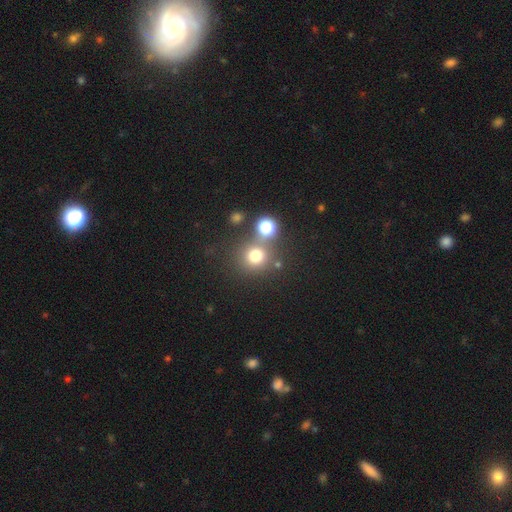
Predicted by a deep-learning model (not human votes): Smooth or featured?
  - smooth: 72% *
  - star or artifact: 19%
  - featured or disk: 9%
How rounded?
  - round: 91% *
  - in between: 9%
  - cigar-shaped: 1%
Merging?
  - none: 67% *
  - merger: 19%
  - minor disturbance: 9%
  - major disturbance: 5%